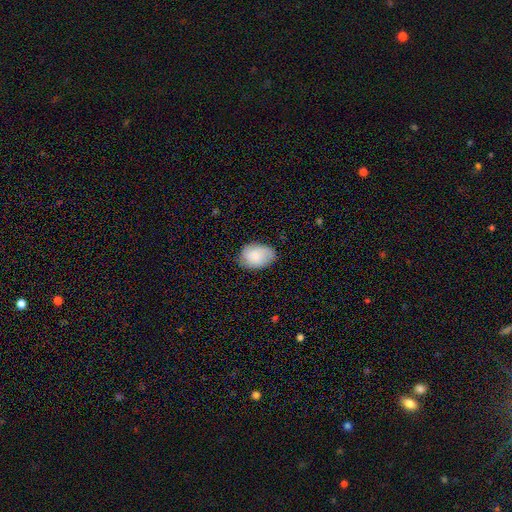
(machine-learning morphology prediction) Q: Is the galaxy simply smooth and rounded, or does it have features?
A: smooth — 82%.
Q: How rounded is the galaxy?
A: in between — 86%.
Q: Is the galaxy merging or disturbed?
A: none — 72%.